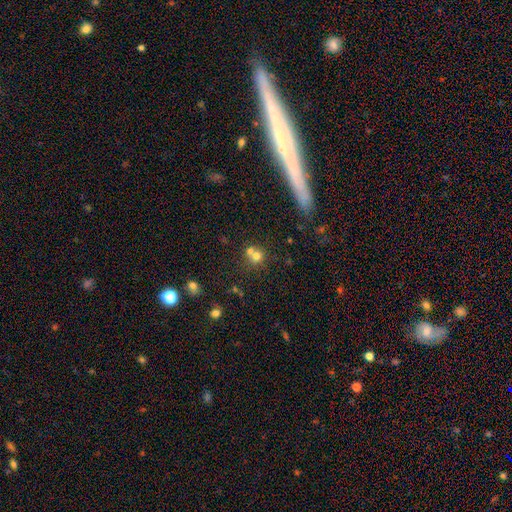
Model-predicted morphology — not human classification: type=smooth (69%); roundness=round (87%); merging=none (45%).